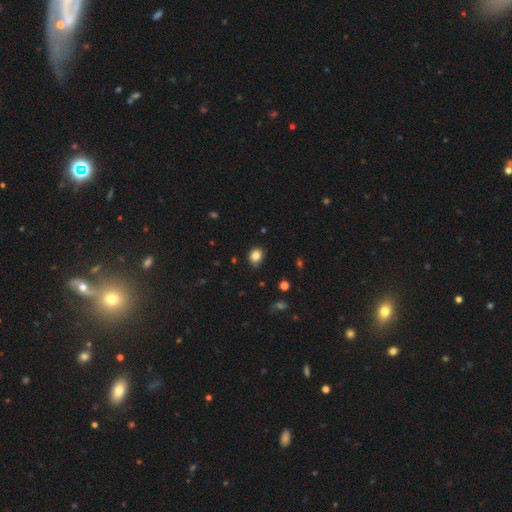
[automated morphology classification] smooth 84%, star or artifact 11%, featured or disk 5%. Down the decision tree: how rounded — round (62%); merging — none (80%).